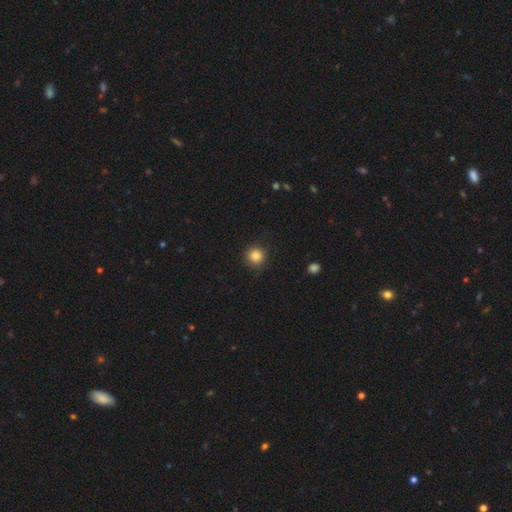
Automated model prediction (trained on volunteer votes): A smooth galaxy with no disk features (85%) that is round (94%). Merging: none (89%).